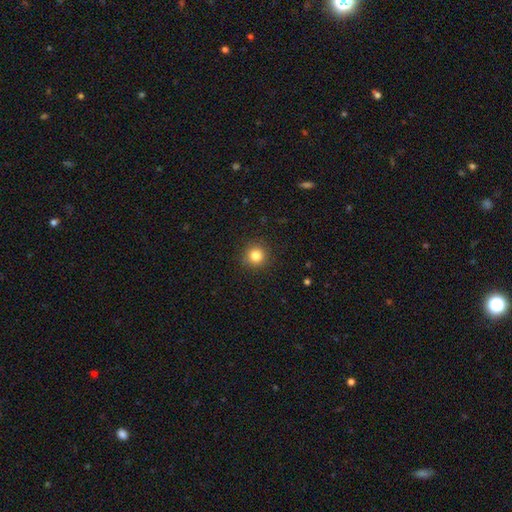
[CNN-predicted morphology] Q: Smooth or featured?
A: smooth (83%); runner-up: star or artifact (12%)
Q: How rounded?
A: round (94%); runner-up: in between (5%)
Q: Merging?
A: none (91%); runner-up: minor disturbance (6%)